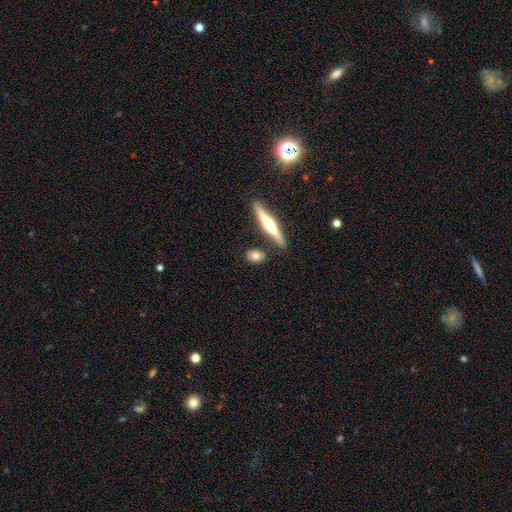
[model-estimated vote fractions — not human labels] This is likely a smooth galaxy (67%). How rounded: possibly in between (51%). Merging: likely none (78%).